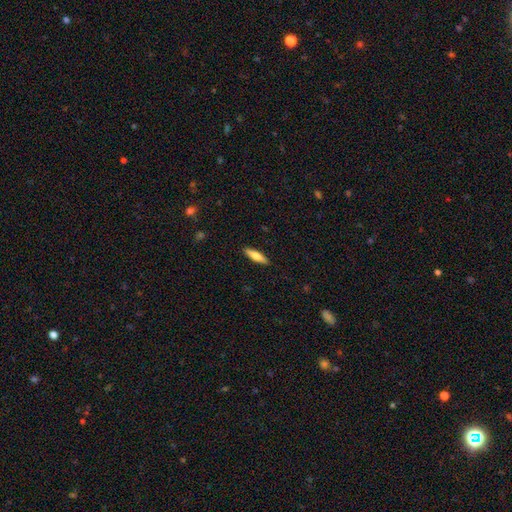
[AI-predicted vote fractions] Smooth or featured? Predicted: smooth (p=0.61). How rounded? Predicted: cigar-shaped (p=0.70). Merging? Predicted: none (p=0.90).